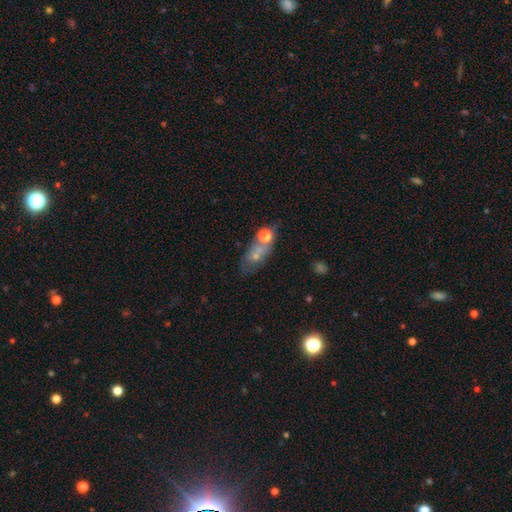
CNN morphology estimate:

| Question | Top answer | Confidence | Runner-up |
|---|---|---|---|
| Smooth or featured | smooth | 45% | featured or disk (34%) |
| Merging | none | 54% | merger (22%) |